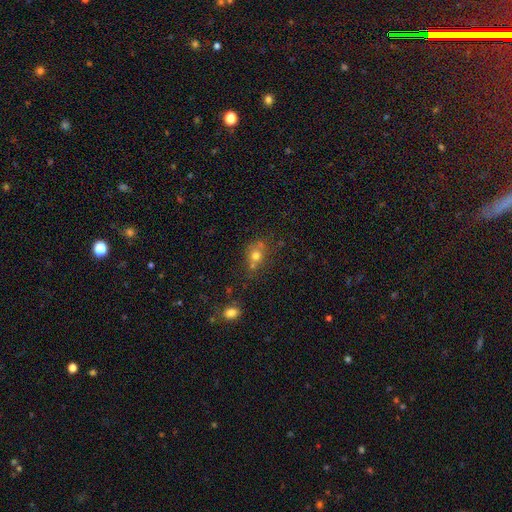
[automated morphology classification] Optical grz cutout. It shows a smooth galaxy with no disk features (67%) that is round (71%). Merging: none (49%).